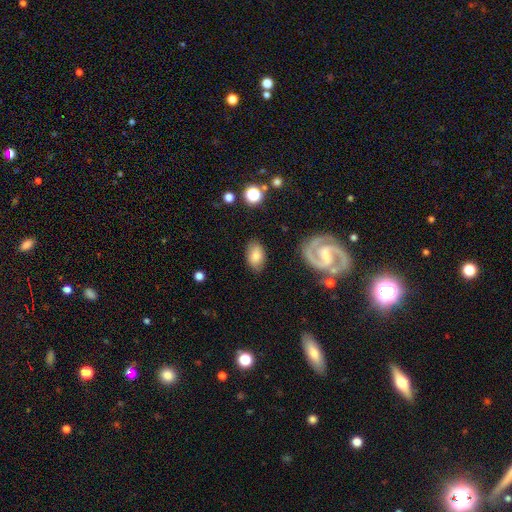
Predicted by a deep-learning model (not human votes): Smooth or featured: smooth — 74% (featured or disk — 19%)
How rounded: in between — 89% (round — 9%)
Merging: none — 80% (minor disturbance — 13%)